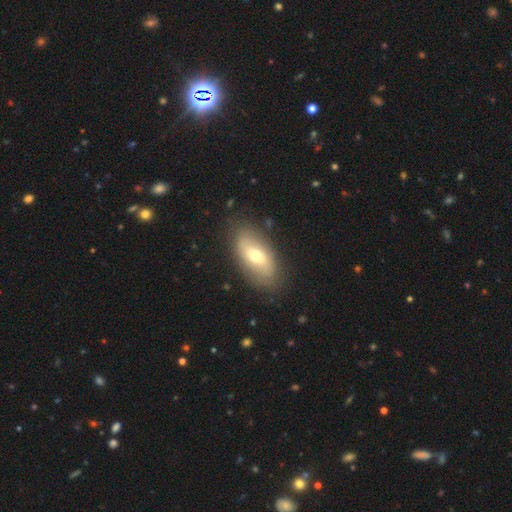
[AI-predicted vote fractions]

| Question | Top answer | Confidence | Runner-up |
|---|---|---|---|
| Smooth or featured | smooth | 52% | featured or disk (40%) |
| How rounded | in between | 88% | cigar-shaped (7%) |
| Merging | none | 83% | minor disturbance (12%) |